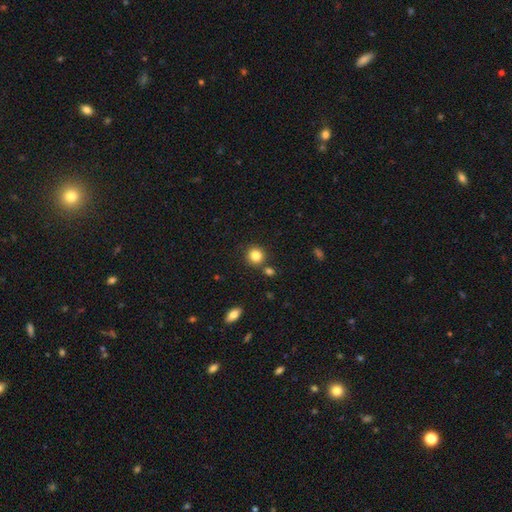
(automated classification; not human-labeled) Q: Smooth or featured?
A: smooth (84%); runner-up: star or artifact (10%)
Q: How rounded?
A: round (89%); runner-up: in between (10%)
Q: Merging?
A: none (81%); runner-up: merger (8%)